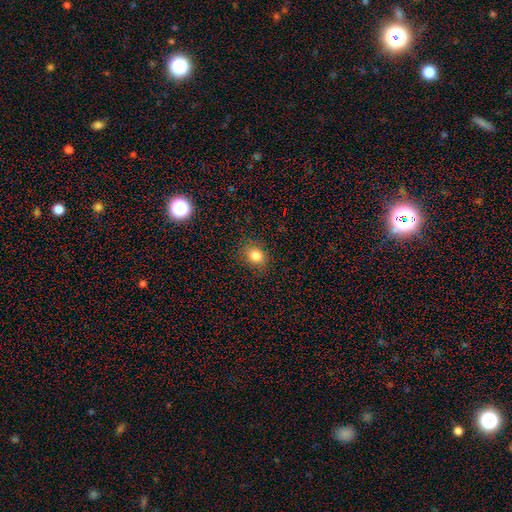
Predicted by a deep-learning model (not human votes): The model was most divided on "how rounded": round: 56%, in between: 43%, cigar-shaped: 1%. More confident: merging — none (85%); smooth or featured — smooth (83%).